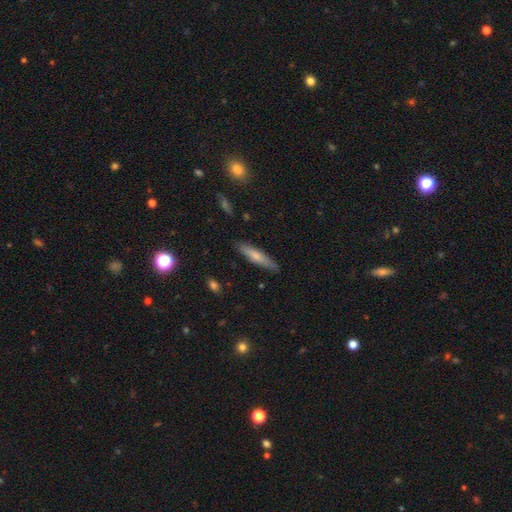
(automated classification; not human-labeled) Q: Smooth or featured?
A: smooth (66%); runner-up: featured or disk (28%)
Q: How rounded?
A: cigar-shaped (86%); runner-up: in between (13%)
Q: Merging?
A: none (86%); runner-up: minor disturbance (10%)